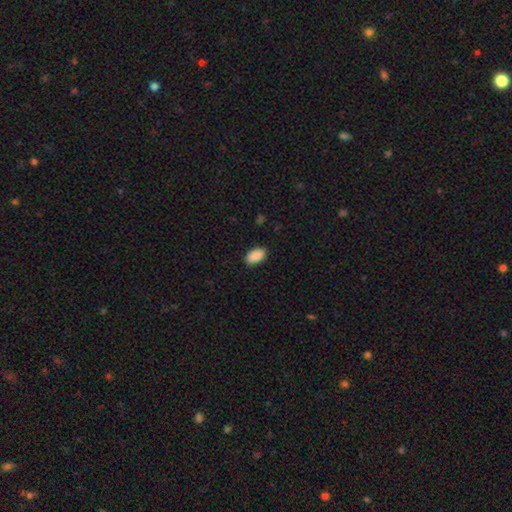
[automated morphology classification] This is clearly a smooth galaxy (90%). How rounded: clearly in between (94%). Merging: clearly none (88%).